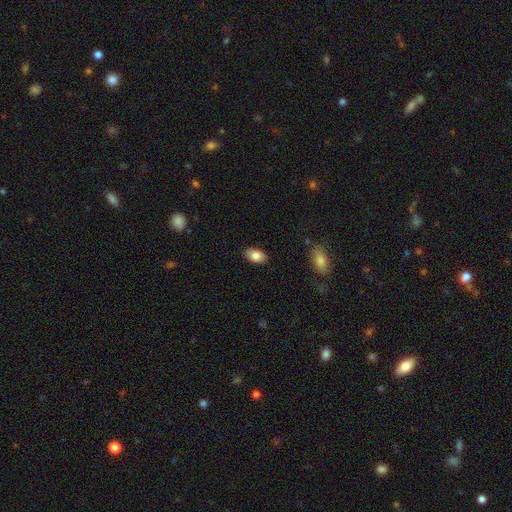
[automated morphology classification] Smooth or featured: smooth — 84% (featured or disk — 10%)
How rounded: in between — 92% (round — 7%)
Merging: none — 88% (minor disturbance — 9%)